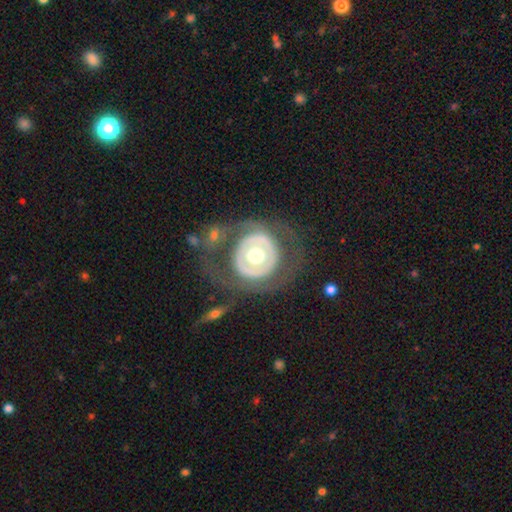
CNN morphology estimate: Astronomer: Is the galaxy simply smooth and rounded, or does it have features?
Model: featured or disk — 62%.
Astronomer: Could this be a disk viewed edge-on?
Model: no — 95%.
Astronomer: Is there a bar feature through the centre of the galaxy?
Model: no — 78%.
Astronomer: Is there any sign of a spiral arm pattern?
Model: no — 83%.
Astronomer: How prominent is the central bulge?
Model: moderate — 64%.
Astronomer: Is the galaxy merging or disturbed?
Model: none — 61%.